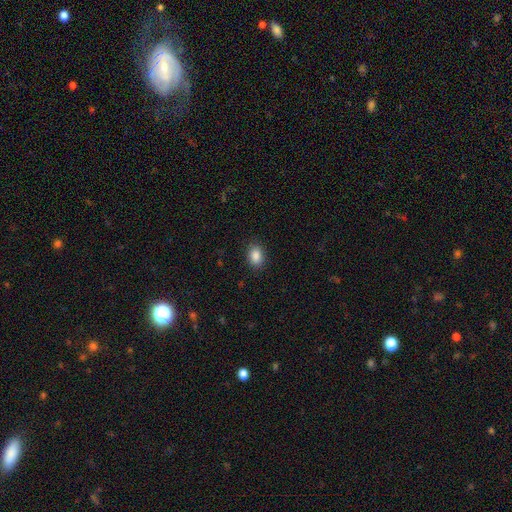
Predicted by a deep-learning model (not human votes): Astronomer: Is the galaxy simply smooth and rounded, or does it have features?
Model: smooth — 88%.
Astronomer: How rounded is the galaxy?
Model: in between — 79%.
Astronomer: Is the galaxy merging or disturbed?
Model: none — 88%.